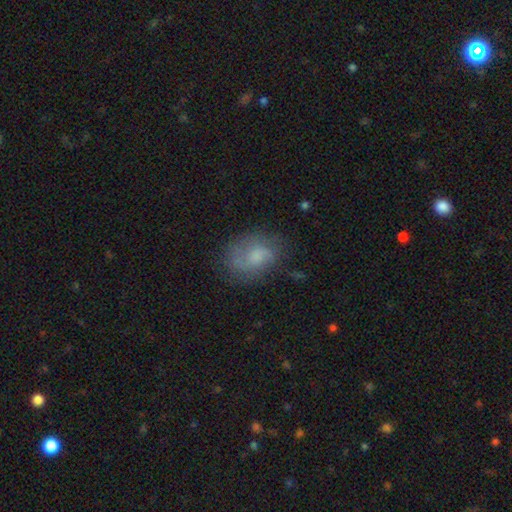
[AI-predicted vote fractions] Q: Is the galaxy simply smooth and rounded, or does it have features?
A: smooth — 55%.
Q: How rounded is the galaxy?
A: in between — 71%.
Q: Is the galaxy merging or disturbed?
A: none — 62%.